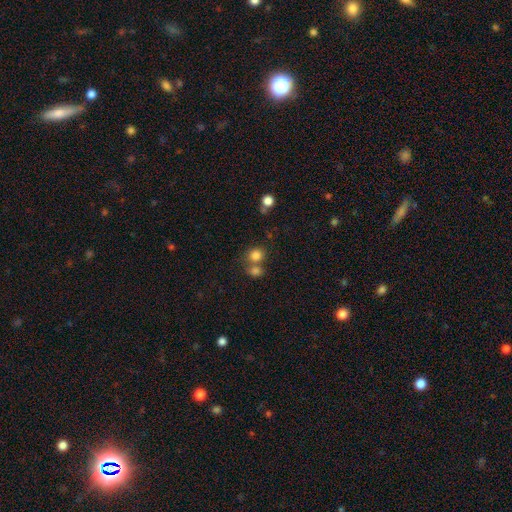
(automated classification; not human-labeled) smooth_or_featured: smooth (p=0.81) [alt: star or artifact p=0.12]
how_rounded: round (p=0.75) [alt: in between p=0.24]
merging: none (p=0.50) [alt: merger p=0.37]